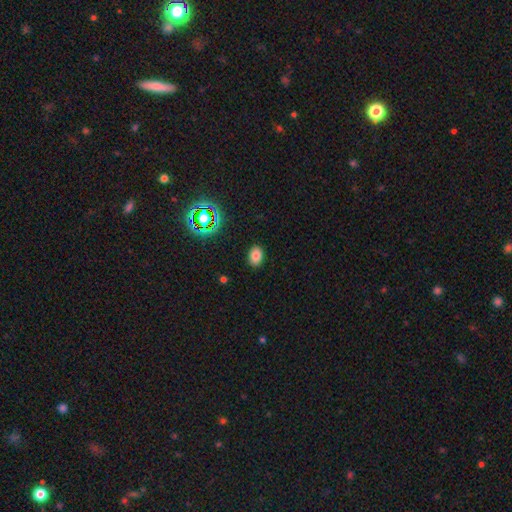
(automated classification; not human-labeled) The model was most divided on "how rounded": in between: 77%, round: 22%, cigar-shaped: 1%. More confident: merging — none (89%); smooth or featured — smooth (78%).